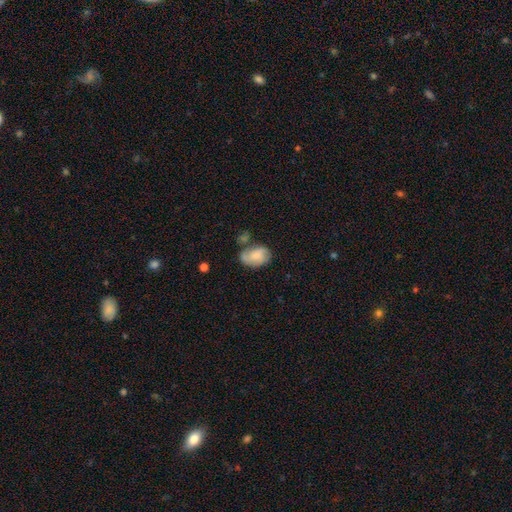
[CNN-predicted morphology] Smooth or featured: smooth — 62% (featured or disk — 29%)
How rounded: in between — 84% (round — 15%)
Merging: none — 43% (minor disturbance — 28%)